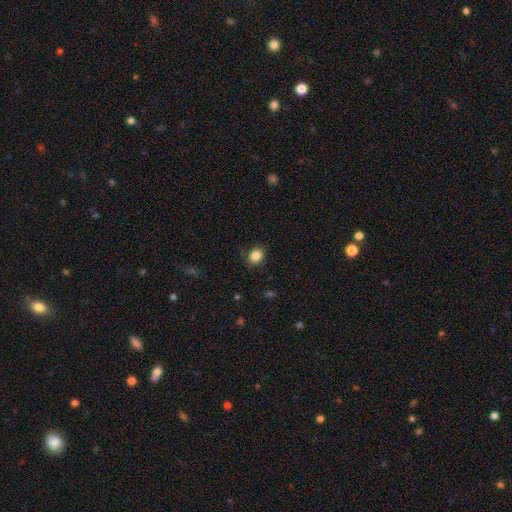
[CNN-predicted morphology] Q: Smooth or featured?
A: smooth (85%); runner-up: star or artifact (9%)
Q: How rounded?
A: in between (53%); runner-up: round (46%)
Q: Merging?
A: none (84%); runner-up: minor disturbance (12%)